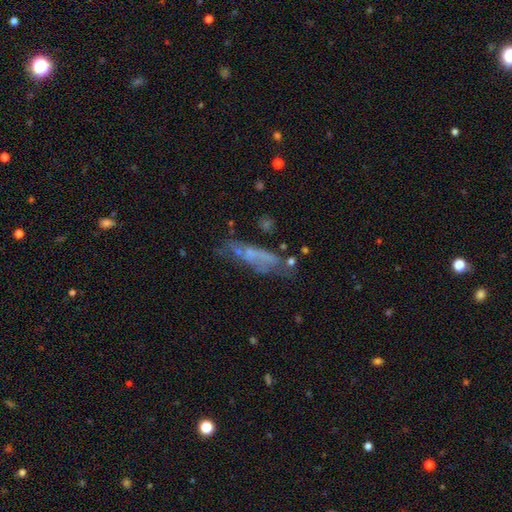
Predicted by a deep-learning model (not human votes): Smooth or featured? featured or disk (45%)
Merging? none (44%)